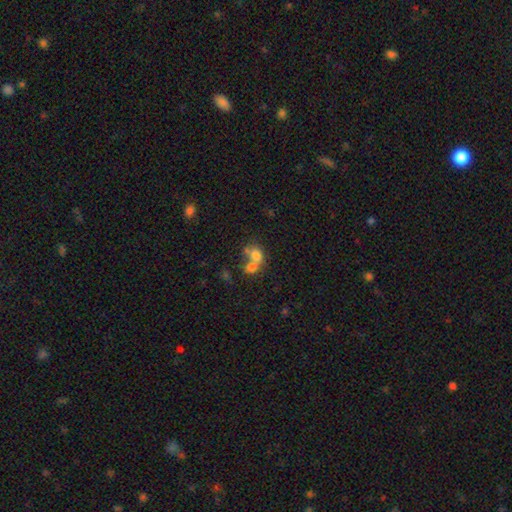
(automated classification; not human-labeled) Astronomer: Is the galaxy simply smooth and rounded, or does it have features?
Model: smooth — 69%.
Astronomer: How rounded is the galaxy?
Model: in between — 58% (runner-up: round, 41%).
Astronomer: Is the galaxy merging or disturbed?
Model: merger — 62%.